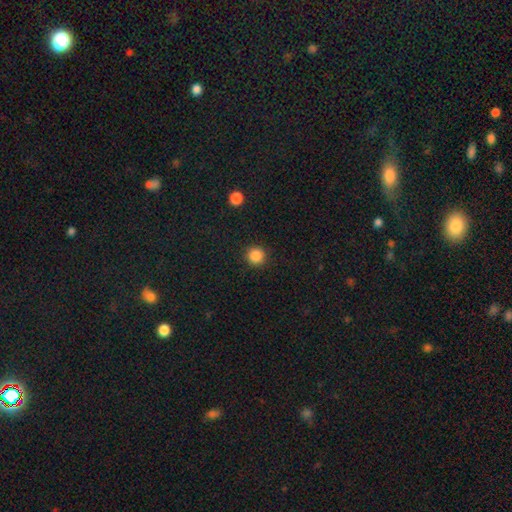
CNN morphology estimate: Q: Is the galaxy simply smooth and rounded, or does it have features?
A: smooth — 86%.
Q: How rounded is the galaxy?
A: round — 95%.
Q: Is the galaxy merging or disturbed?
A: none — 92%.